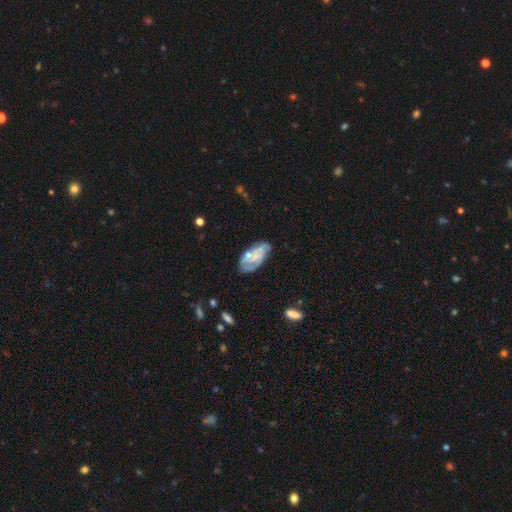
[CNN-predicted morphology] A featured or disk galaxy (58%) with no bar (69%), spiral arms (65%) and a small central bulge (49%).

Vote fractions:
- Smooth or featured? featured or disk: 58% / smooth: 34% / star or artifact: 7%
- Edge-on disk? no: 94% / yes: 6%
- Bar? no: 69% / weak: 25% / strong: 6%
- Spiral arms? yes: 65% / no: 35%
- Bulge size? small: 49% / none: 24% / moderate: 23% / large: 3% / dominant: 1%
- Merging? none: 54% / minor disturbance: 27% / major disturbance: 12% / merger: 7%